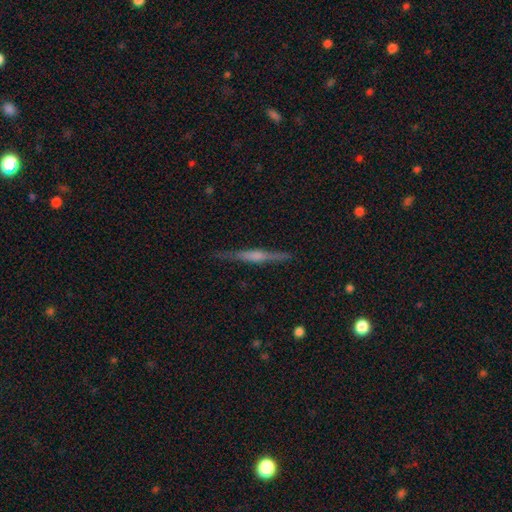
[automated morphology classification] Smooth or featured?
  - featured or disk: 70% *
  - smooth: 23%
  - star or artifact: 7%
Edge-on disk?
  - yes: 98% *
  - no: 2%
Edge-on bulge?
  - rounded: 64% *
  - none: 19%
  - boxy: 17%
Merging?
  - none: 86% *
  - minor disturbance: 10%
  - major disturbance: 2%
  - merger: 1%